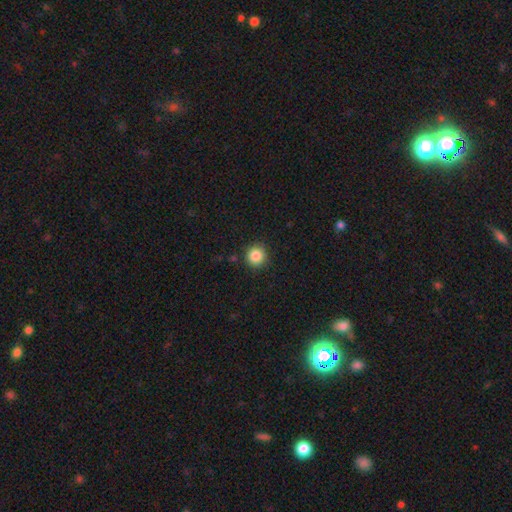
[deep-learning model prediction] A smooth galaxy with no disk features (86%) that is round (94%). Merging: none (90%).